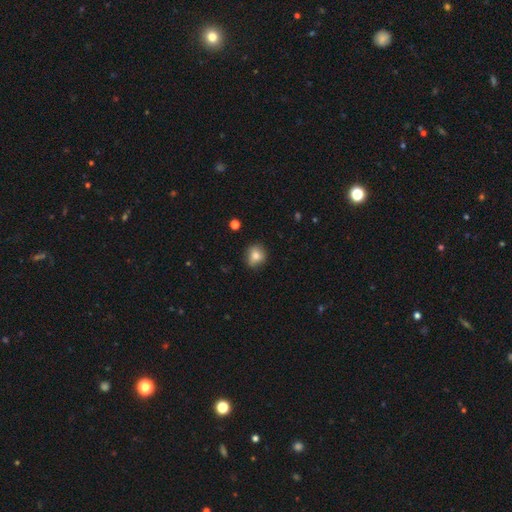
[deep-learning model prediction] A smooth galaxy with no disk features (81%) that is round (76%). Merging: none (78%).